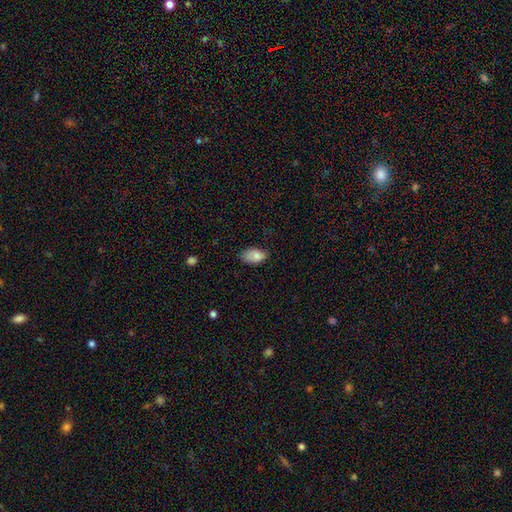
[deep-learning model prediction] Smooth or featured: smooth — 84% (featured or disk — 8%)
How rounded: in between — 92% (round — 6%)
Merging: none — 63% (minor disturbance — 30%)